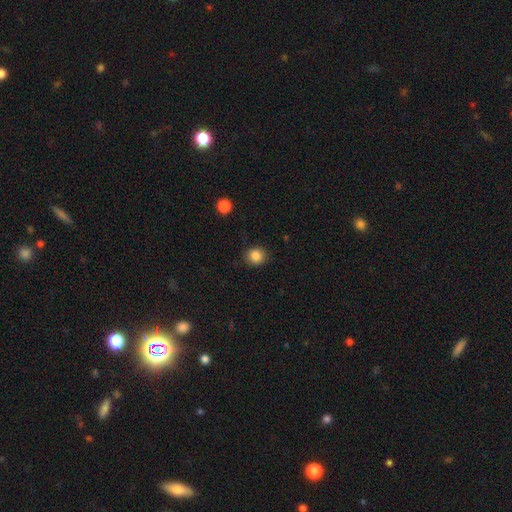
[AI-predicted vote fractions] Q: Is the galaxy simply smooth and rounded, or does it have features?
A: smooth — 85%.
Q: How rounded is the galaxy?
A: round — 82%.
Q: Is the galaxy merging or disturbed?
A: none — 87%.